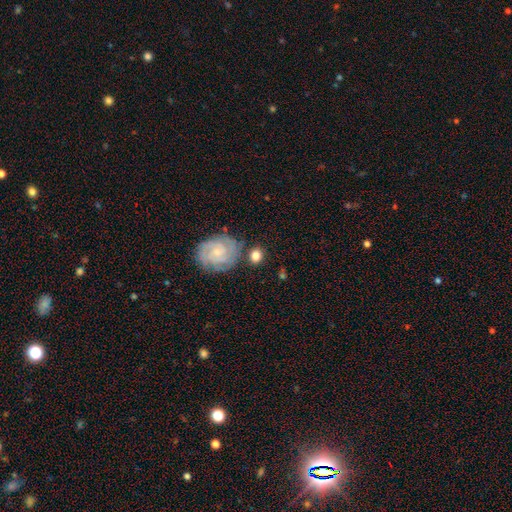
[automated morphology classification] Smooth or featured? smooth (63%)
How rounded? round (70%)
Merging? none (72%)